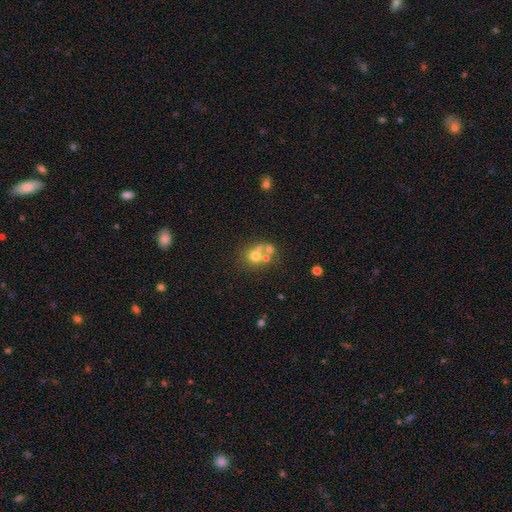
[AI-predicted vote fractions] This is possibly a smooth galaxy (59%). How rounded: likely round (76%). Merging: marginally merger (45%).